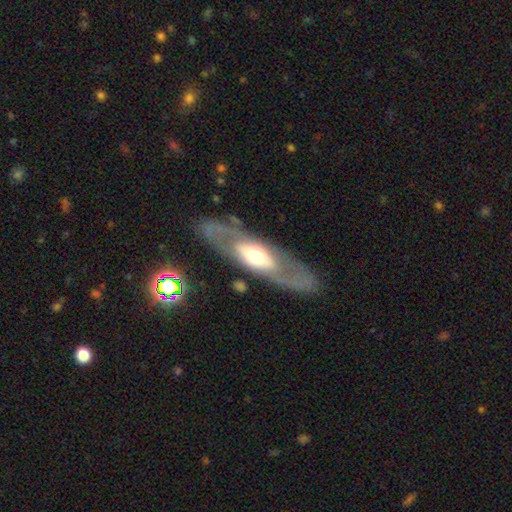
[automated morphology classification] A featured or disk galaxy (66%).

Vote fractions:
- Smooth or featured? featured or disk: 66% / smooth: 29% / star or artifact: 5%
- Edge-on disk? no: 68% / yes: 32%
- Merging? none: 75% / minor disturbance: 13% / major disturbance: 9% / merger: 2%